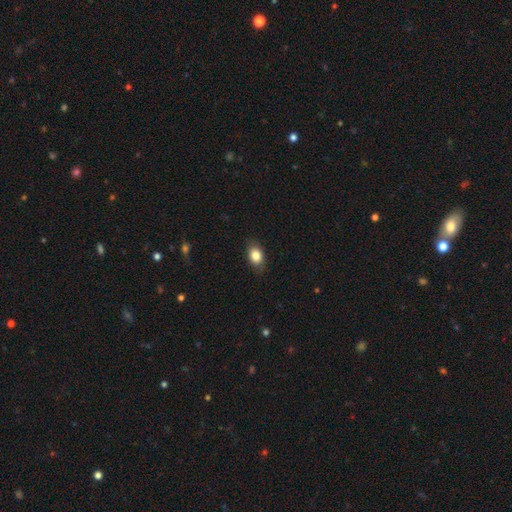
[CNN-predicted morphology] This is clearly a smooth galaxy (83%). How rounded: likely in between (77%). Merging: clearly none (84%).